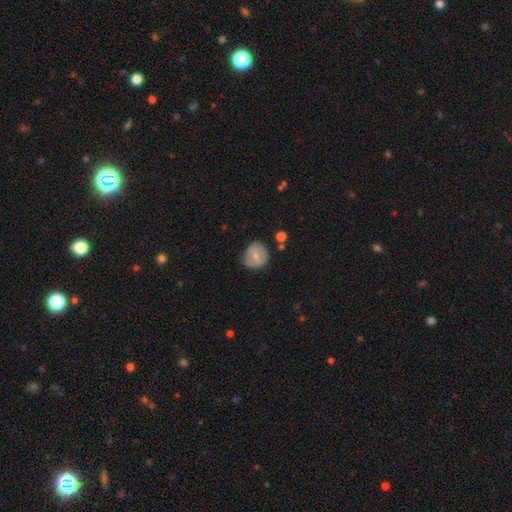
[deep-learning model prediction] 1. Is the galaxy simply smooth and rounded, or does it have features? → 60% smooth, 32% featured or disk, 8% star or artifact.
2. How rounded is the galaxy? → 80% round, 19% in between, 1% cigar-shaped.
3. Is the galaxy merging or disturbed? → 66% none, 25% minor disturbance, 6% major disturbance, 3% merger.